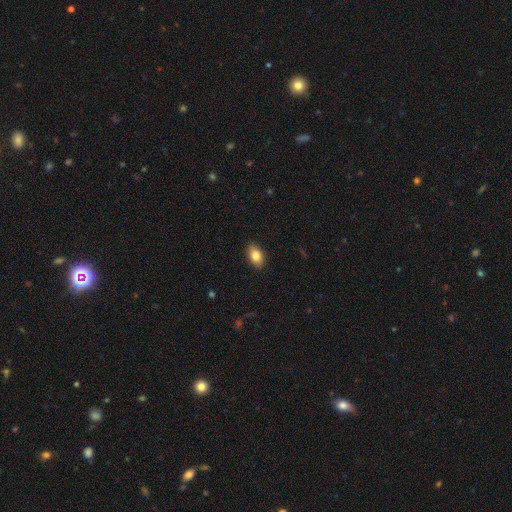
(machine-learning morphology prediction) smooth_or_featured: smooth (p=0.82) [alt: featured or disk p=0.10]
how_rounded: in between (p=0.89) [alt: round p=0.09]
merging: none (p=0.89) [alt: minor disturbance p=0.08]